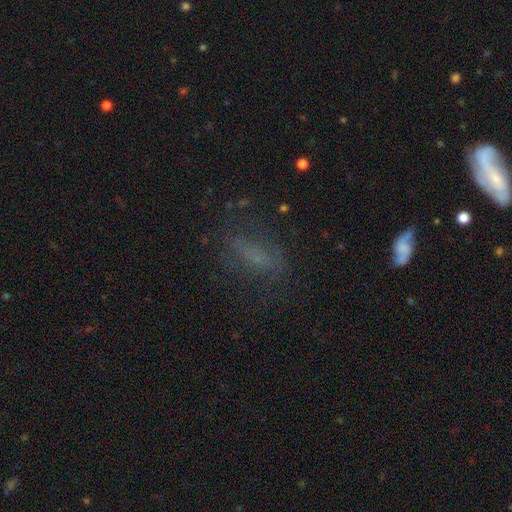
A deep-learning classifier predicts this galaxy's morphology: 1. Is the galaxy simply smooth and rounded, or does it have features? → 49% smooth, 28% featured or disk, 23% star or artifact.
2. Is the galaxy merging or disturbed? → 62% none, 19% minor disturbance, 18% major disturbance, 2% merger.